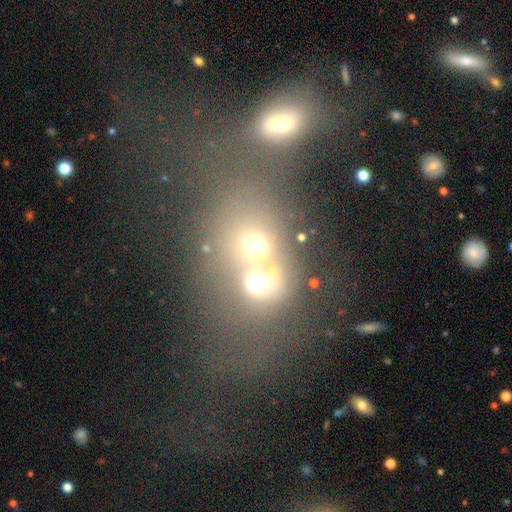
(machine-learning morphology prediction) type=smooth (49%); merging=merger (67%).